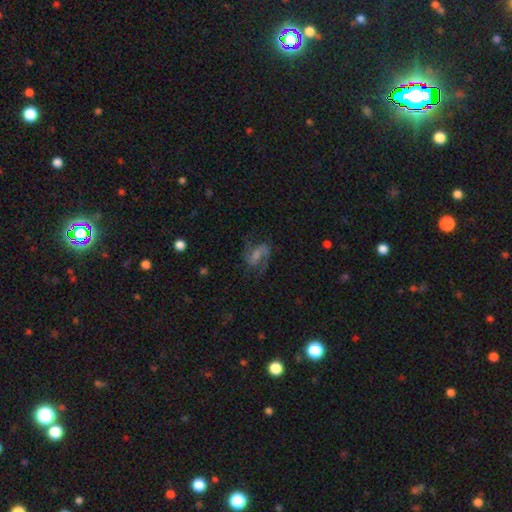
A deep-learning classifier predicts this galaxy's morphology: The model was most divided on "bulge size": small: 38%, moderate: 28%, none: 26%, large: 7%, dominant: 2%. Remaining: edge-on disk — no (97%); spiral arms — yes (94%); spiral arm count — 2 (88%); smooth or featured — featured or disk (77%); merging — none (68%); spiral winding — medium (50%); bar — weak (47%).